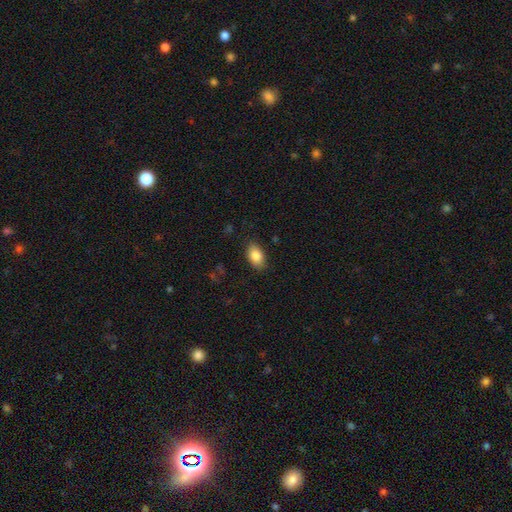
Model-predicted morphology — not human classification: smooth 86%, star or artifact 7%, featured or disk 7%. Down the decision tree: how rounded — in between (90%); merging — none (86%).